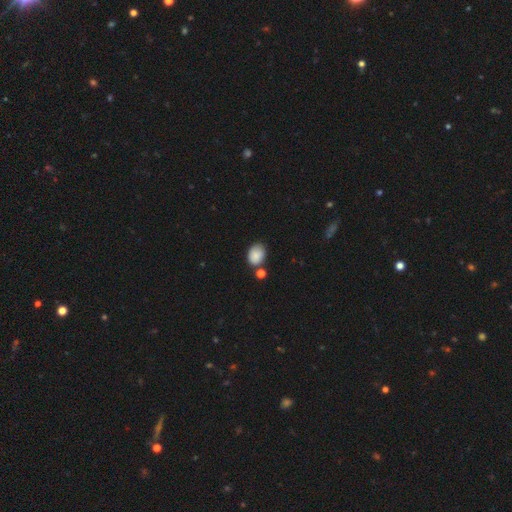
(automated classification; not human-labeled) smooth-or-featured: smooth: 86% | star or artifact: 8% | featured or disk: 6%
  how-rounded: in between: 71% | round: 28% | cigar-shaped: 1%
  merging: none: 64% | minor disturbance: 19% | merger: 12% | major disturbance: 5%